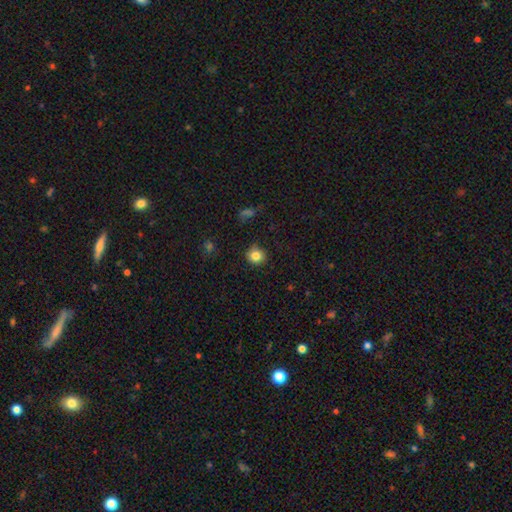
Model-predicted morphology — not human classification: A smooth galaxy with no disk features (83%) that is round (87%). Merging: none (85%).